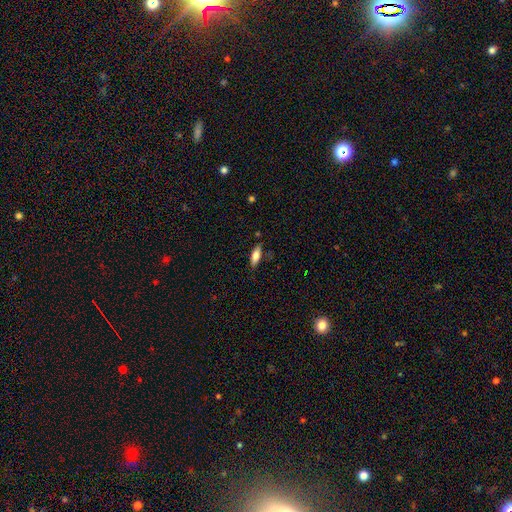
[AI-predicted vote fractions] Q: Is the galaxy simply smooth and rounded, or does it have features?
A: smooth — 73%.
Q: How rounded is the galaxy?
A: in between — 61%.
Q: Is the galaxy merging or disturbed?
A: none — 80%.